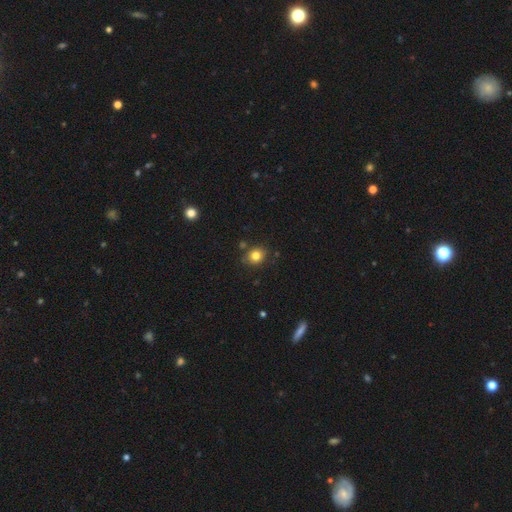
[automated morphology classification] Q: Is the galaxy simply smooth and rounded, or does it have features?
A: smooth — 81%.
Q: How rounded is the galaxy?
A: round — 70%.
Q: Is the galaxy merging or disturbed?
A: none — 79%.